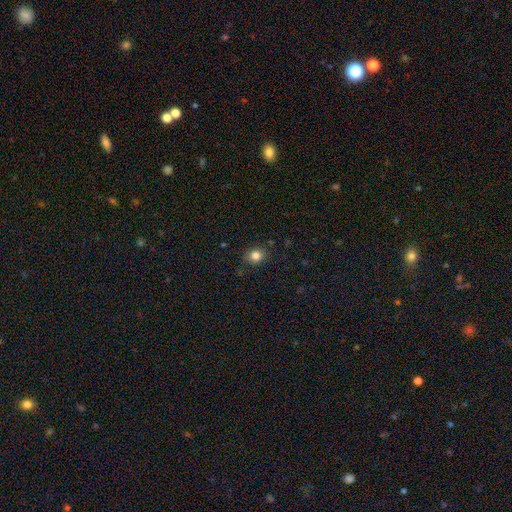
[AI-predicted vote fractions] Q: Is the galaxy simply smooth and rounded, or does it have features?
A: smooth — 83%.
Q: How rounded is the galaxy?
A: round — 71%.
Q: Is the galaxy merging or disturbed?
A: none — 83%.